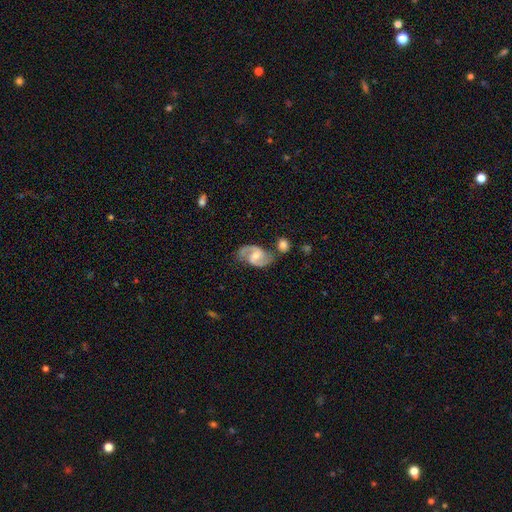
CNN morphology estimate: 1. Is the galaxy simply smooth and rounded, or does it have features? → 88% featured or disk, 7% smooth, 5% star or artifact.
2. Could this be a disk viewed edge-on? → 98% no, 2% yes.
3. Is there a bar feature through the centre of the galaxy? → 47% weak, 35% no, 18% strong.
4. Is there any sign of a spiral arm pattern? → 97% yes, 3% no.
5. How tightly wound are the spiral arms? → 58% medium, 22% loose, 20% tight.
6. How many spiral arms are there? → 93% 2, 2% can't tell, 1% 1, 1% 3, 1% 4, 1% more than 4.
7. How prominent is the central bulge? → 57% moderate, 38% small, 3% large, 2% none, 1% dominant.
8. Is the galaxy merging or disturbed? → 71% none, 15% minor disturbance, 9% merger, 5% major disturbance.